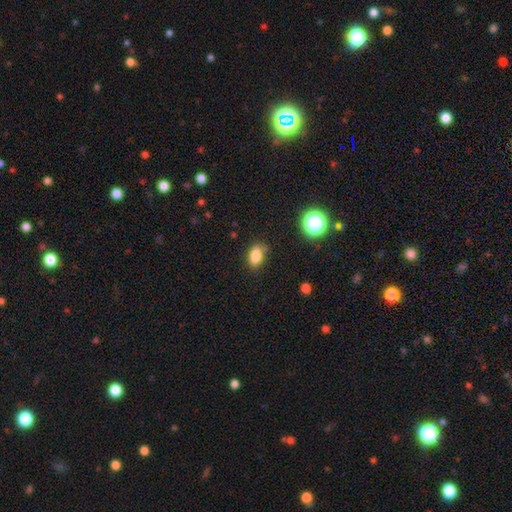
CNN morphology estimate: Smooth or featured? Predicted: smooth (p=0.83). How rounded? Predicted: in between (p=0.85). Merging? Predicted: none (p=0.78).